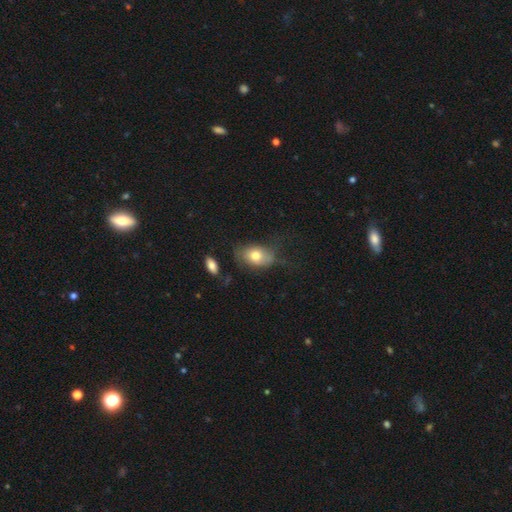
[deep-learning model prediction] Overall: smooth (74%). How rounded: in between (82%). Merging: none (53%; minor disturbance 28%).